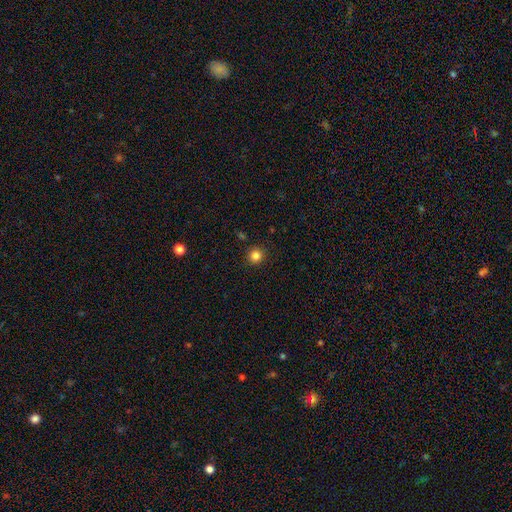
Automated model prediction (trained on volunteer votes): Overall: smooth (84%). How rounded: round (93%). Merging: none (91%).